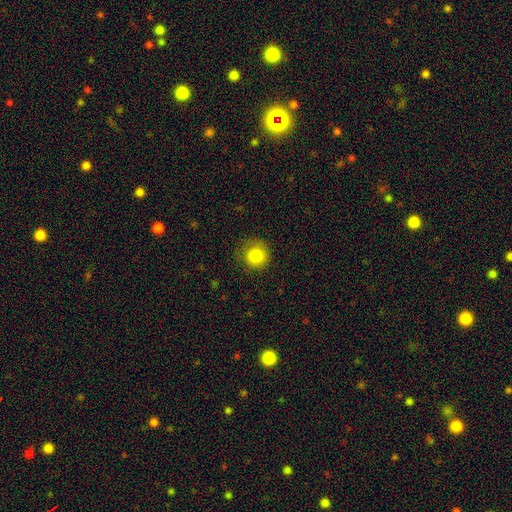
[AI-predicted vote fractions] smooth-or-featured: smooth: 82% | star or artifact: 10% | featured or disk: 7%
  how-rounded: round: 93% | in between: 6% | cigar-shaped: 1%
  merging: none: 80% | minor disturbance: 14% | major disturbance: 5% | merger: 1%